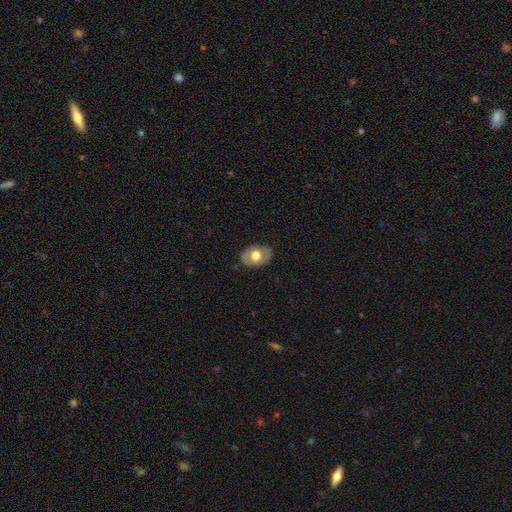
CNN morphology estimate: Smooth or featured? Predicted: smooth (p=0.51). How rounded? Predicted: in between (p=0.74). Merging? Predicted: none (p=0.82).